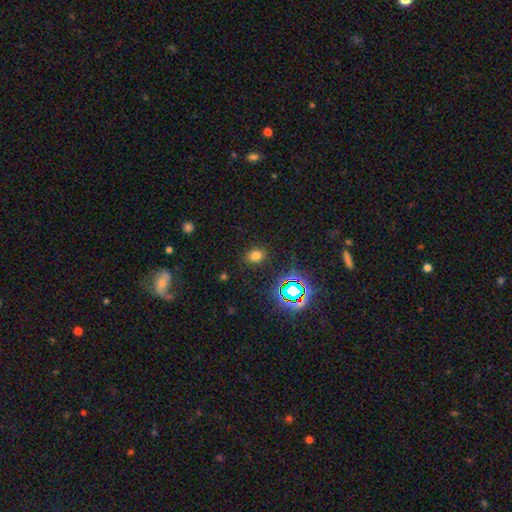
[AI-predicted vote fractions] This is likely a smooth galaxy (69%). How rounded: likely in between (65%). Merging: clearly none (86%).